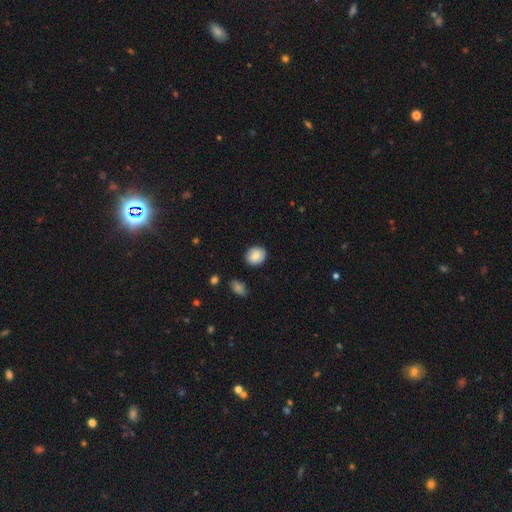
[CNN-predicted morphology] A smooth galaxy with no disk features (84%) that is round (67%). Merging: none (87%).